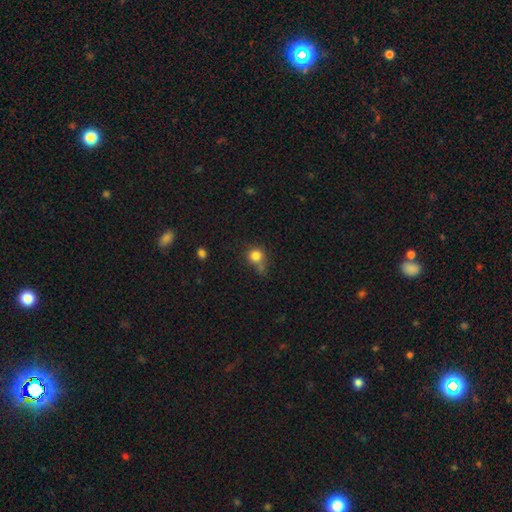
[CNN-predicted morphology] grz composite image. It shows a smooth galaxy with no disk features (81%) that is round (84%). Merging: none (46%).